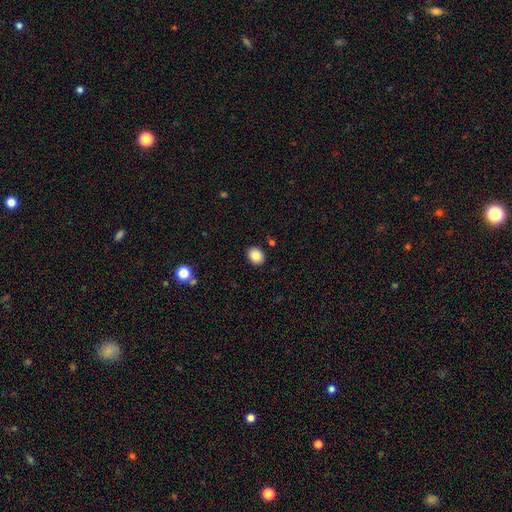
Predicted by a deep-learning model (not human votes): Overall: smooth (85%). How rounded: round (54%; in between 45%). Merging: none (89%).